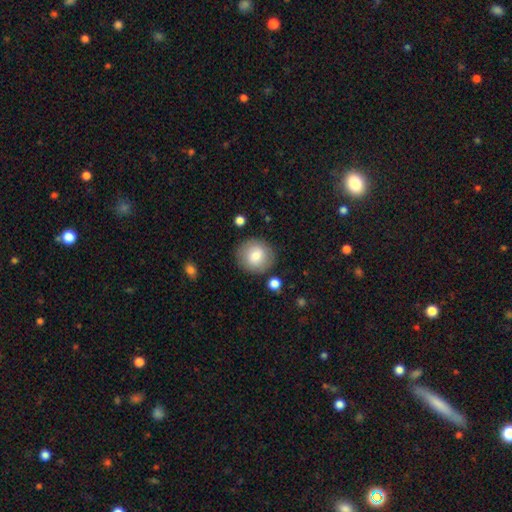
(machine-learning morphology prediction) smooth_or_featured: smooth (p=0.80) [alt: featured or disk p=0.13]
how_rounded: round (p=0.90) [alt: in between p=0.09]
merging: none (p=0.85) [alt: minor disturbance p=0.09]